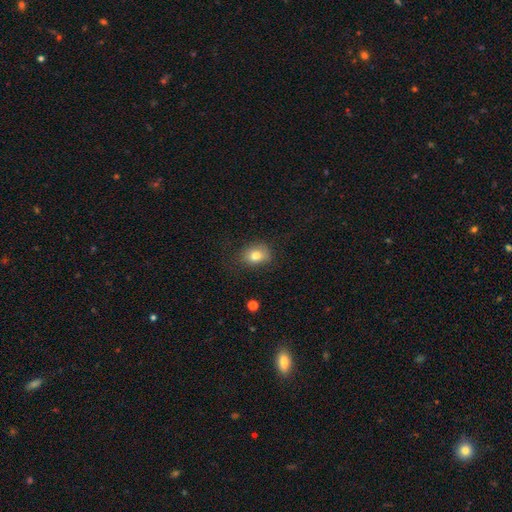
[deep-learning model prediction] Smooth or featured? smooth (80%)
How rounded? in between (61%)
Merging? none (67%)